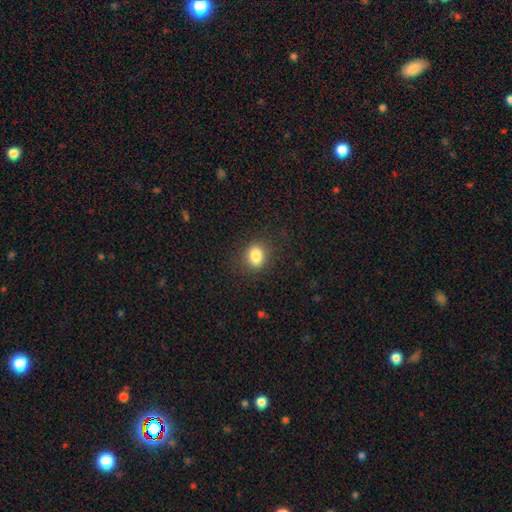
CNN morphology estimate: smooth 85%, star or artifact 10%, featured or disk 5%. Down the decision tree: how rounded — round (52%); merging — none (86%).